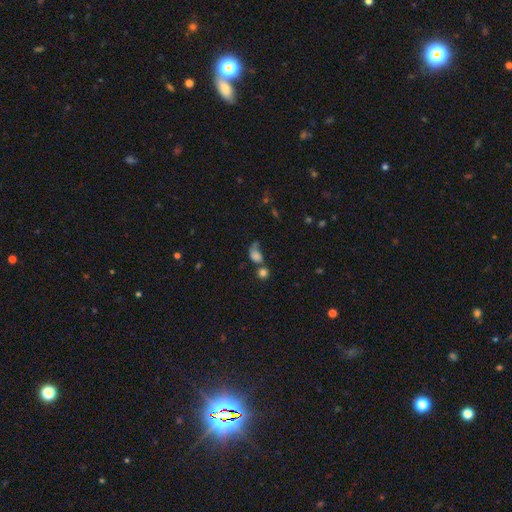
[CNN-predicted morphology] Overall: smooth (69%). How rounded: in between (63%; round 34%). Merging: merger (31%; major disturbance 27%).